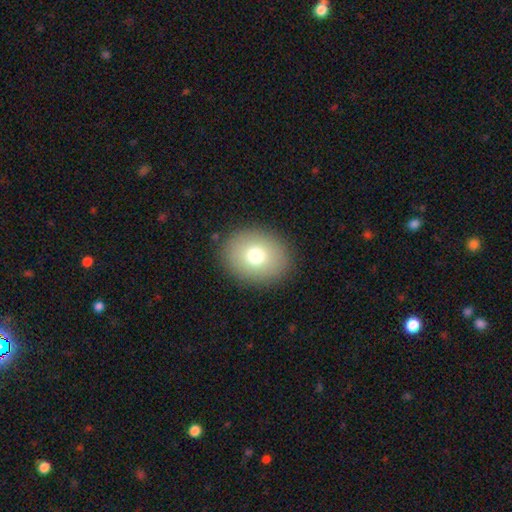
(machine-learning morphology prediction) A smooth galaxy with no disk features (75%) that is round (51%).

Vote fractions:
- Smooth or featured? smooth: 75% / featured or disk: 14% / star or artifact: 11%
- How rounded? round: 51% / in between: 48% / cigar-shaped: 1%
- Merging? none: 89% / minor disturbance: 7% / major disturbance: 3% / merger: 1%